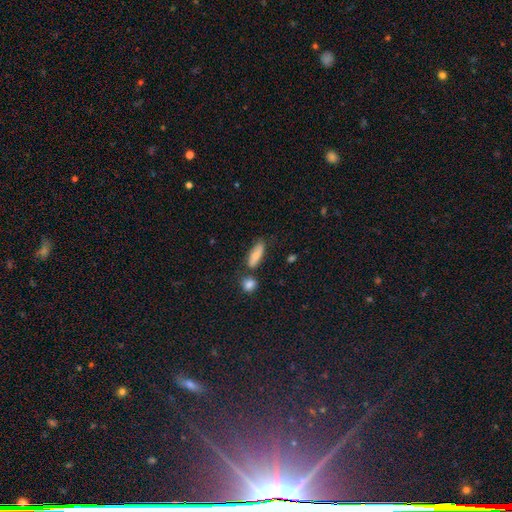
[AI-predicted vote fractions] A smooth galaxy with no disk features (69%) that is in between round and cigar-shaped (49%). Merging: none (68%).